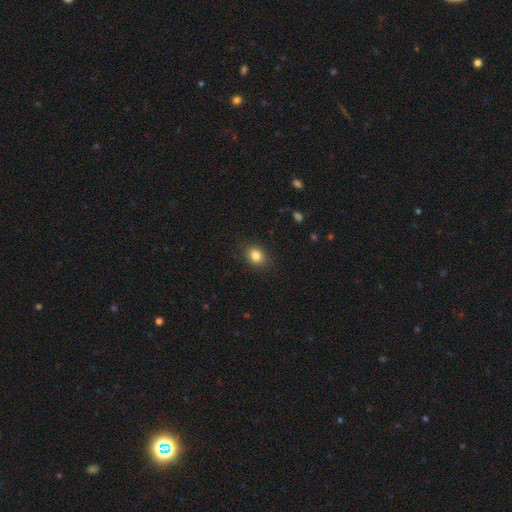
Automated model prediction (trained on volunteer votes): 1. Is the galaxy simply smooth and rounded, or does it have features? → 83% smooth, 10% star or artifact, 6% featured or disk.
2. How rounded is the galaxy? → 54% round, 45% in between, 1% cigar-shaped.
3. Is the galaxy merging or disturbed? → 88% none, 9% minor disturbance, 2% major disturbance, 1% merger.